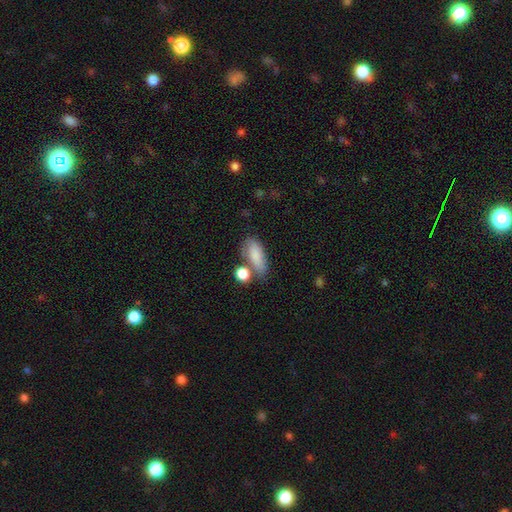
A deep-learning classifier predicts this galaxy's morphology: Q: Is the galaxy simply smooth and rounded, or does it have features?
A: smooth — 81%.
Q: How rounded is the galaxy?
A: in between — 78%.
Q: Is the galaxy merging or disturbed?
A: none — 47%.